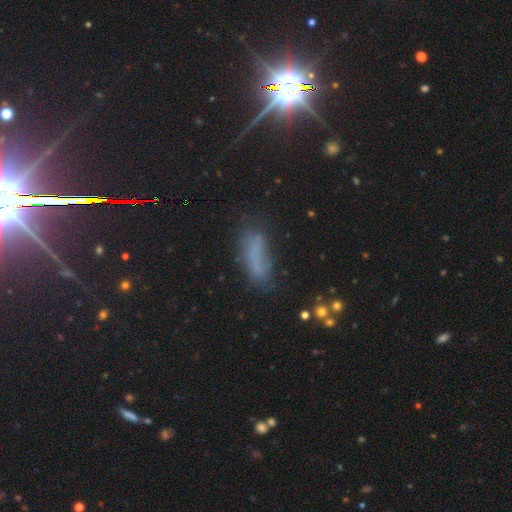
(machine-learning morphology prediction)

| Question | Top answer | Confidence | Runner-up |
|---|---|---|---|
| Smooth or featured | smooth | 53% | star or artifact (27%) |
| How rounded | in between | 60% | cigar-shaped (37%) |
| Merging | none | 53% | minor disturbance (26%) |